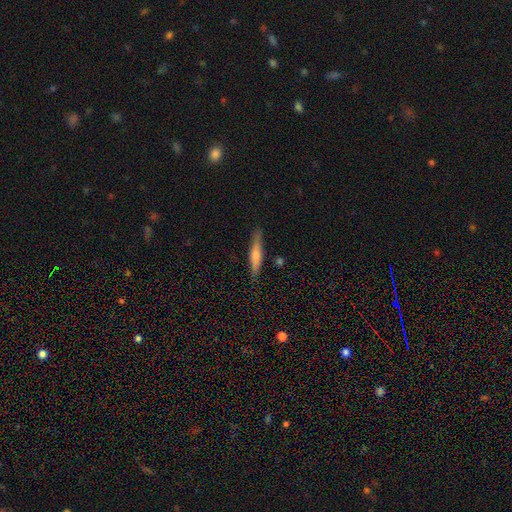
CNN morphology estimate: smooth_or_featured: smooth (p=0.58) [alt: featured or disk p=0.35]
how_rounded: cigar-shaped (p=0.86) [alt: in between p=0.12]
merging: none (p=0.83) [alt: minor disturbance p=0.13]